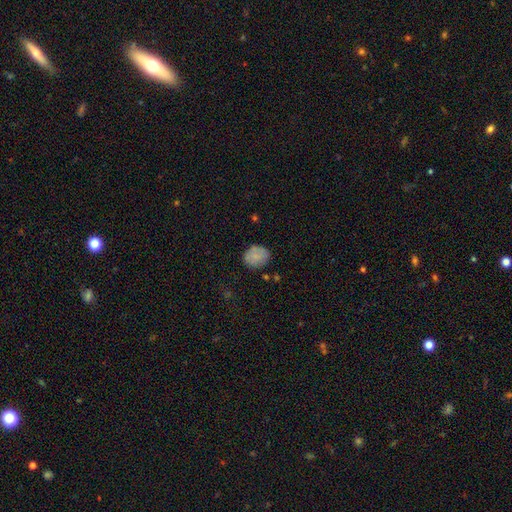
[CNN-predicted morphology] The model was most divided on "how rounded": round: 63%, in between: 36%, cigar-shaped: 1%. More confident: smooth or featured — smooth (83%); merging — none (79%).